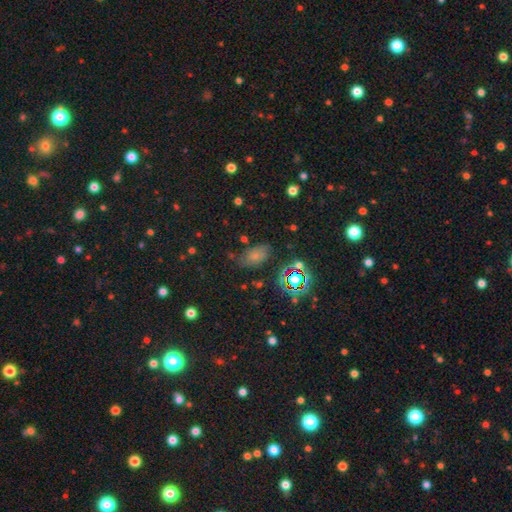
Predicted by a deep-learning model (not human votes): This is likely a smooth galaxy (62%). How rounded: clearly in between (87%). Merging: likely none (68%).